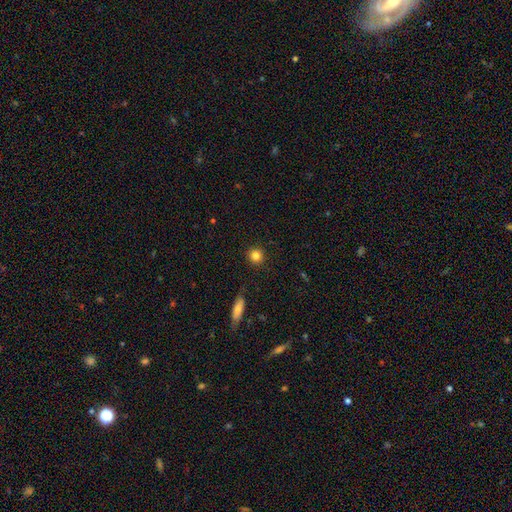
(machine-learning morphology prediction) smooth-or-featured: smooth: 83% | star or artifact: 11% | featured or disk: 6%
  how-rounded: round: 93% | in between: 6% | cigar-shaped: 1%
  merging: none: 90% | minor disturbance: 7% | major disturbance: 2% | merger: 1%